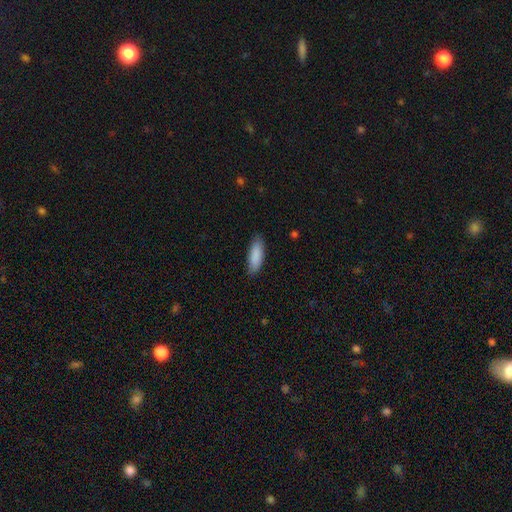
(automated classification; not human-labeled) This appears to be a smooth galaxy with no disk features (89%) that is in between round and cigar-shaped (64%). Merging: none (85%).